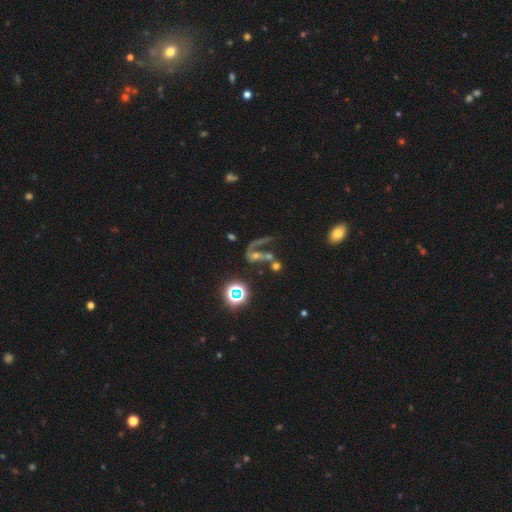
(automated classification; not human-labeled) Q: Smooth or featured?
A: featured or disk (54%); runner-up: star or artifact (24%)
Q: Edge-on disk?
A: no (94%); runner-up: yes (6%)
Q: Bar?
A: no (62%); runner-up: weak (22%)
Q: Spiral arms?
A: yes (65%); runner-up: no (35%)
Q: Bulge size?
A: small (39%); runner-up: moderate (33%)
Q: Merging?
A: merger (38%); runner-up: major disturbance (28%)